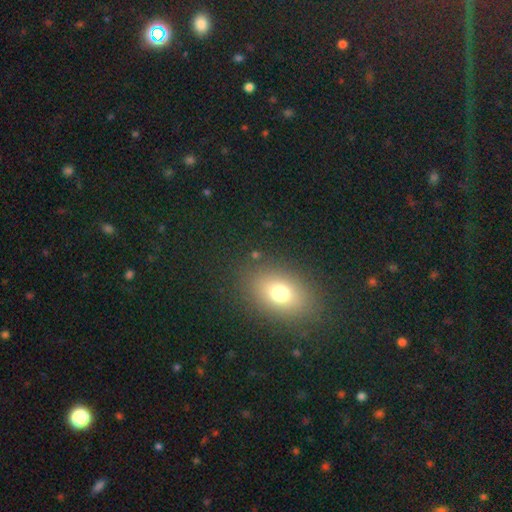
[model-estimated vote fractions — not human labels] Overall: smooth (72%). How rounded: in between (70%). Merging: none (86%).